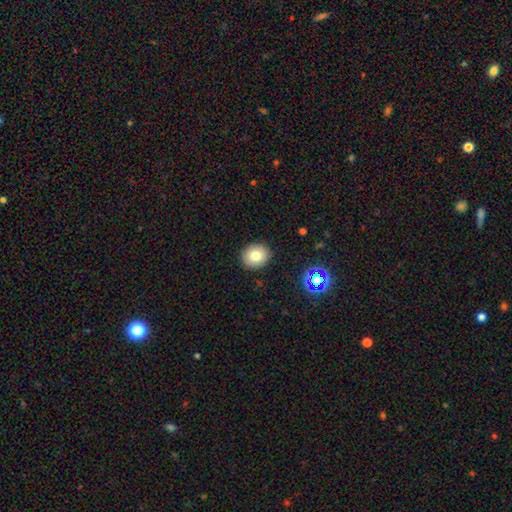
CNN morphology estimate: This is likely a smooth galaxy (78%). How rounded: likely round (73%). Merging: clearly none (90%).